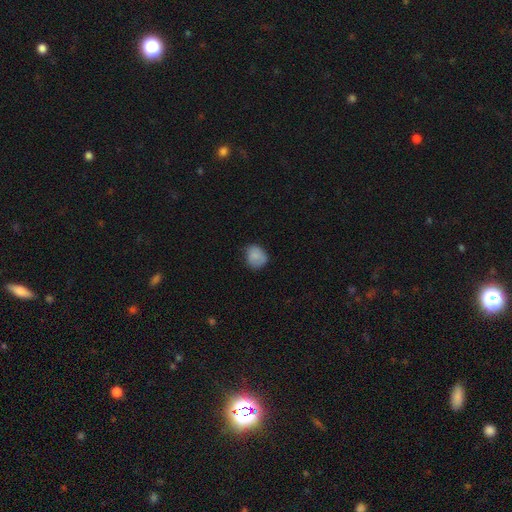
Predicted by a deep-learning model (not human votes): This appears to be a smooth galaxy with no disk features (84%) that is round (71%). Merging: none (69%).